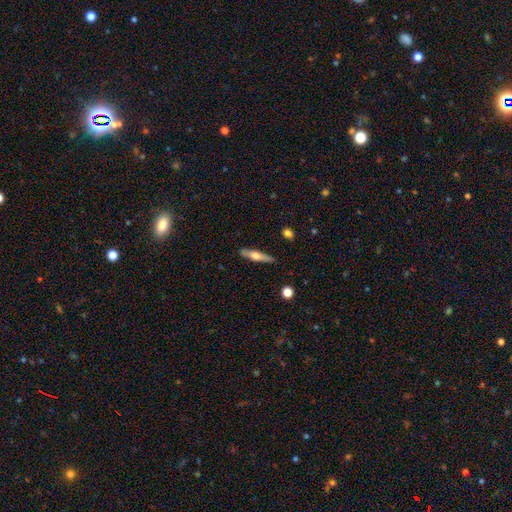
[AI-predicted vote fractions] Morphology: type=smooth (47%, tied with featured or disk); merging=none (88%).